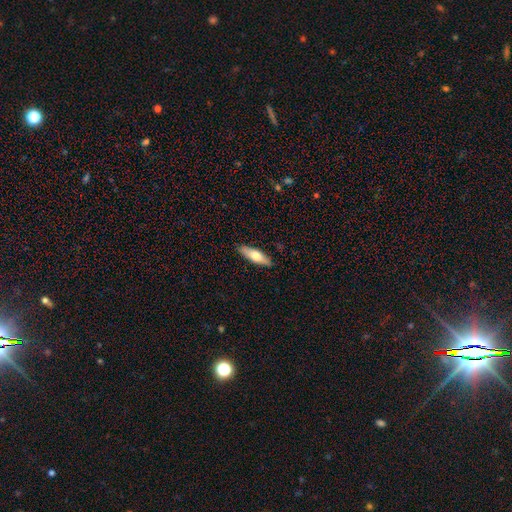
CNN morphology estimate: smooth_or_featured: smooth (p=0.64) [alt: featured or disk p=0.31]
how_rounded: cigar-shaped (p=0.52) [alt: in between p=0.46]
merging: none (p=0.89) [alt: minor disturbance p=0.09]